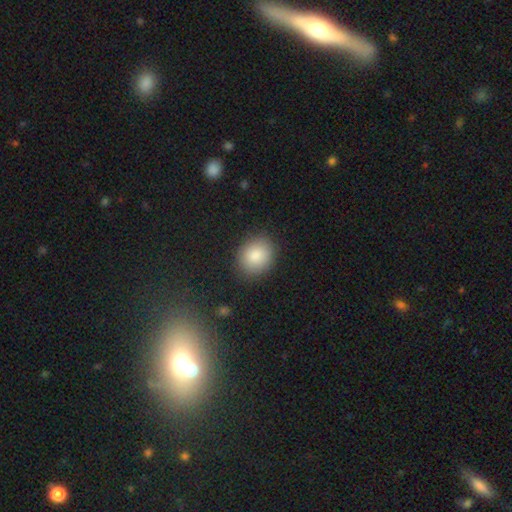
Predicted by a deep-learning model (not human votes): Smooth or featured?
  - smooth: 85% *
  - star or artifact: 9%
  - featured or disk: 7%
How rounded?
  - round: 67% *
  - in between: 32%
  - cigar-shaped: 1%
Merging?
  - none: 86% *
  - minor disturbance: 9%
  - major disturbance: 3%
  - merger: 1%